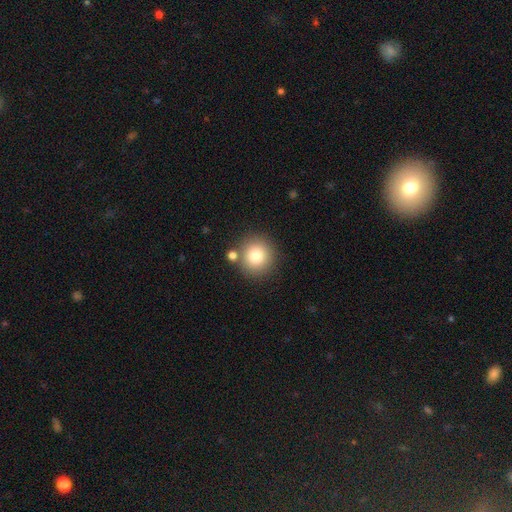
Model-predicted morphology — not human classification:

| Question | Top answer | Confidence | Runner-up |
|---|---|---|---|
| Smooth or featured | smooth | 81% | star or artifact (10%) |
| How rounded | round | 93% | in between (6%) |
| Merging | none | 81% | merger (9%) |